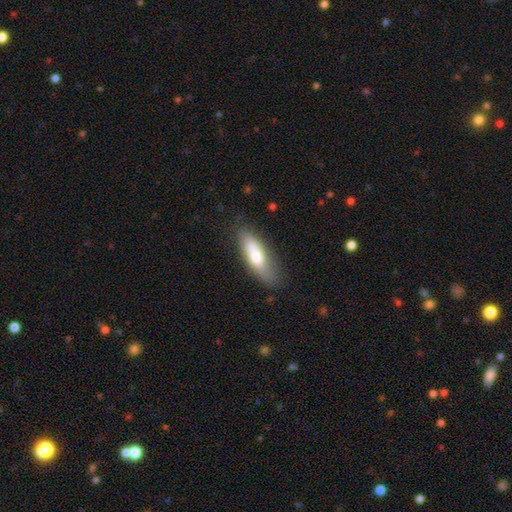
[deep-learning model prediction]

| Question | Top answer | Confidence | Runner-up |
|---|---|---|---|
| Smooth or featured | smooth | 65% | featured or disk (28%) |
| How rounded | in between | 54% | cigar-shaped (44%) |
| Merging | none | 76% | minor disturbance (17%) |